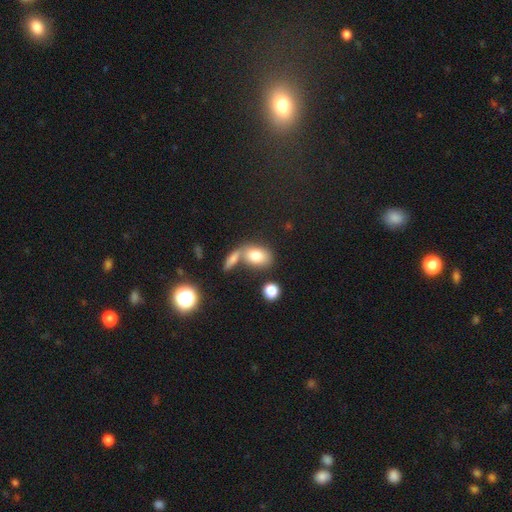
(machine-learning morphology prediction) Q: Smooth or featured?
A: smooth (76%); runner-up: featured or disk (14%)
Q: How rounded?
A: in between (81%); runner-up: round (16%)
Q: Merging?
A: none (48%); runner-up: merger (34%)